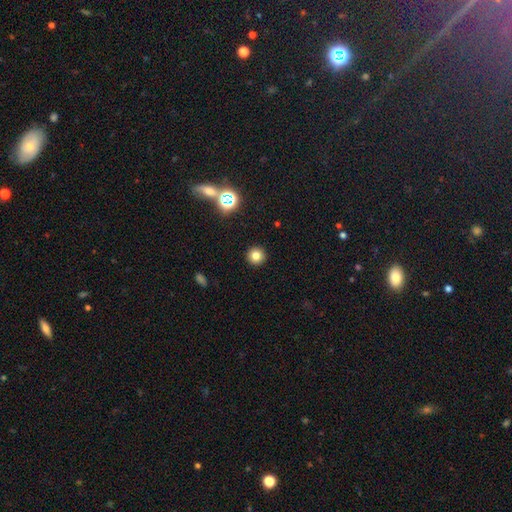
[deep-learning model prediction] Q: Smooth or featured?
A: smooth (78%); runner-up: star or artifact (15%)
Q: How rounded?
A: round (95%); runner-up: in between (4%)
Q: Merging?
A: none (93%); runner-up: minor disturbance (4%)